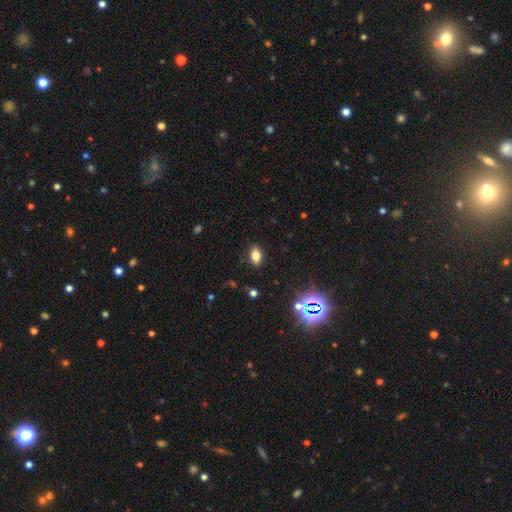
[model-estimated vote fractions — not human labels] A smooth galaxy with no disk features (75%) that is in between round and cigar-shaped (88%). Merging: none (87%).